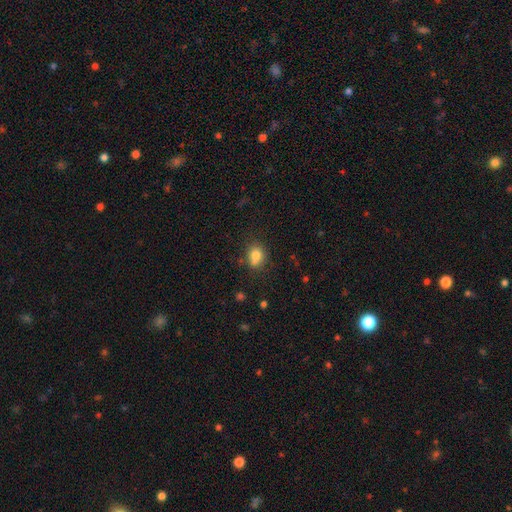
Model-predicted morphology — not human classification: The model was most divided on "how rounded": round: 52%, in between: 47%, cigar-shaped: 1%. More confident: smooth or featured — smooth (80%); merging — none (65%).